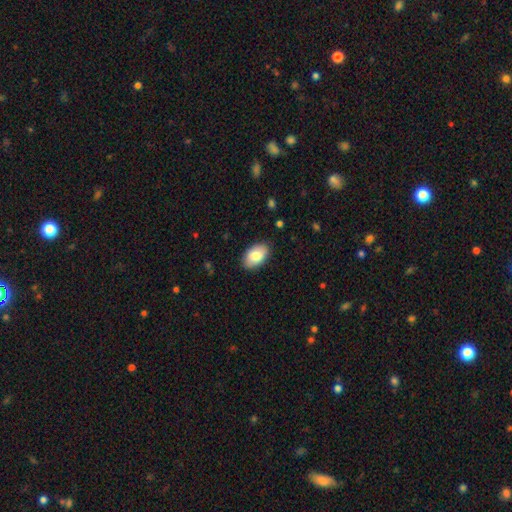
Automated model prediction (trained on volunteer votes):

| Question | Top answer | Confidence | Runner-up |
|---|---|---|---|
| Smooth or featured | smooth | 82% | featured or disk (12%) |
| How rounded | in between | 93% | round (6%) |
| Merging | none | 87% | minor disturbance (10%) |